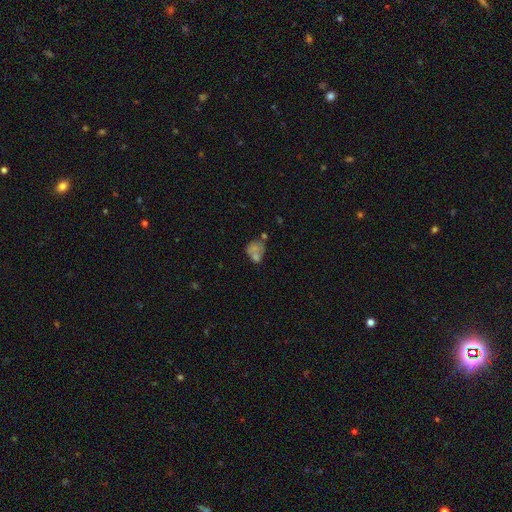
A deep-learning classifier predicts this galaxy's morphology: Smooth or featured?
  - smooth: 53% *
  - featured or disk: 26%
  - star or artifact: 21%
How rounded?
  - round: 53% *
  - in between: 45%
  - cigar-shaped: 2%
Merging?
  - none: 36% * (tied)
  - merger: 36% * (tied)
  - minor disturbance: 16%
  - major disturbance: 12%